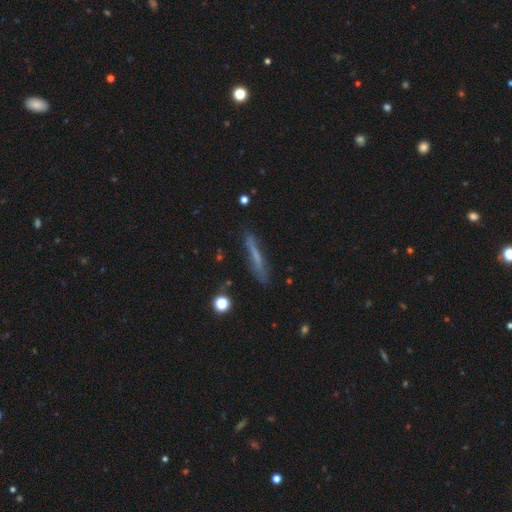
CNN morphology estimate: Smooth or featured? smooth (50%)
Merging? none (75%)